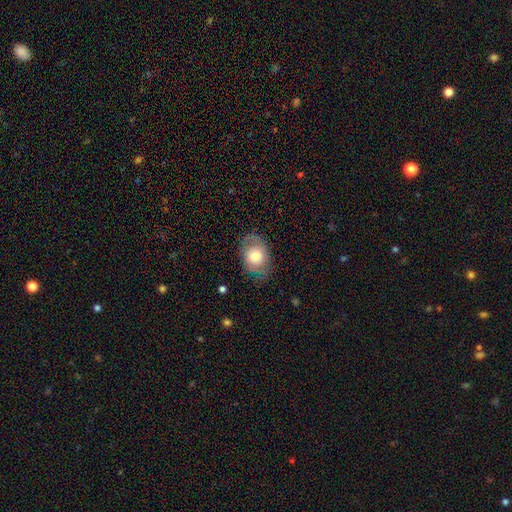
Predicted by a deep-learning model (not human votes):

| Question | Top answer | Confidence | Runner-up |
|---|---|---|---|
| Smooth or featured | smooth | 59% | featured or disk (33%) |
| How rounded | in between | 65% | round (34%) |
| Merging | none | 72% | minor disturbance (19%) |